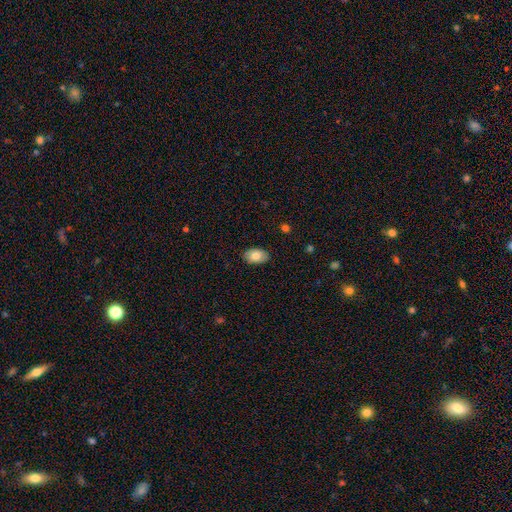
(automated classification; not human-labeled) Smooth or featured? smooth (80%)
How rounded? in between (90%)
Merging? none (87%)